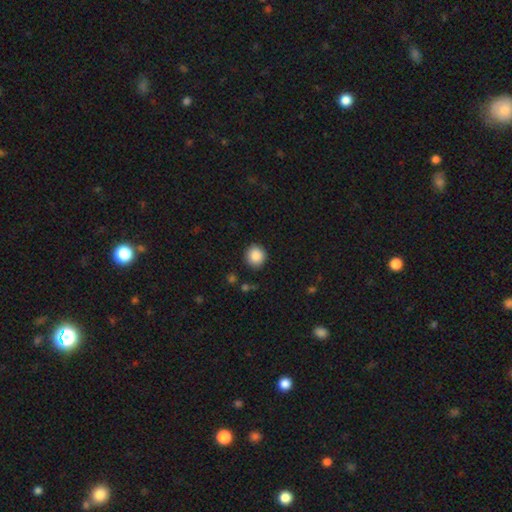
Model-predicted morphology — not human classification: smooth 88%, star or artifact 8%, featured or disk 3%. Down the decision tree: how rounded — round (88%); merging — none (89%).